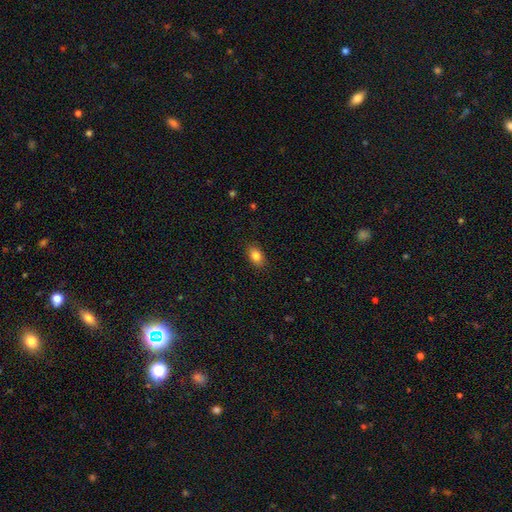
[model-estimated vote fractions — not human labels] This appears to be a smooth galaxy with no disk features (84%) that is in between round and cigar-shaped (85%). Merging: none (88%).